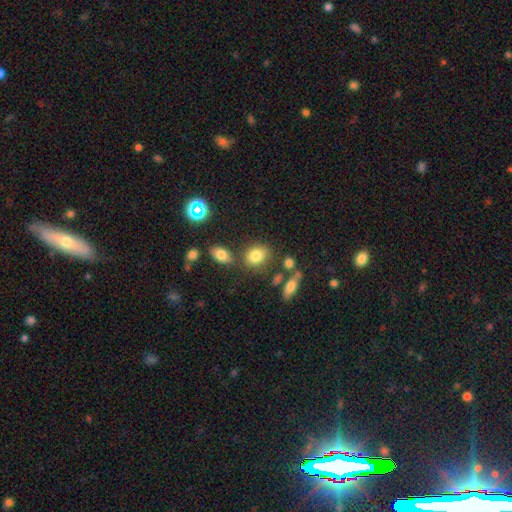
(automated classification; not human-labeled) smooth_or_featured: smooth (p=0.80) [alt: star or artifact p=0.11]
how_rounded: in between (p=0.60) [alt: round p=0.38]
merging: none (p=0.69) [alt: minor disturbance p=0.14]